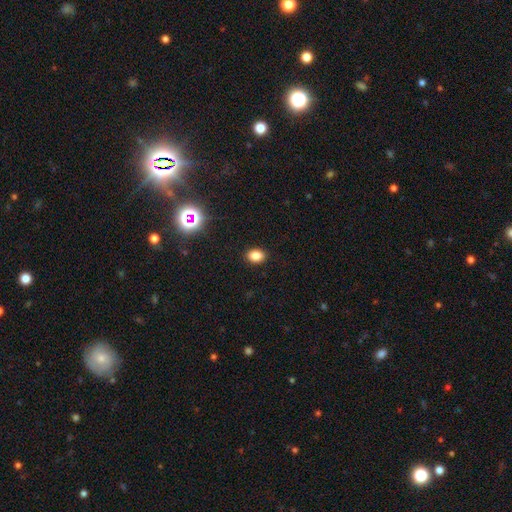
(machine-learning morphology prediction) smooth 82%, star or artifact 13%, featured or disk 5%. Down the decision tree: how rounded — in between (67%); merging — none (91%).